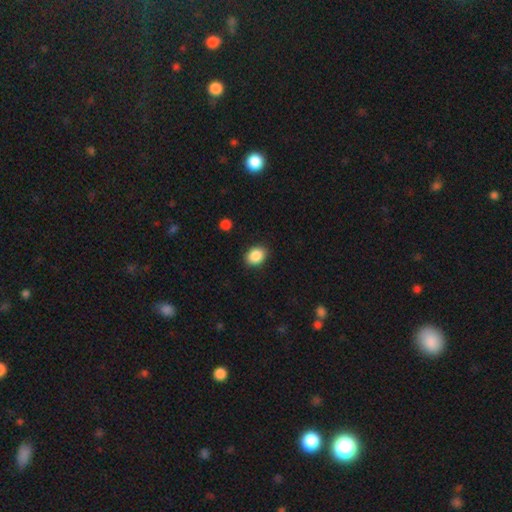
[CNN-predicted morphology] smooth-or-featured: smooth: 88% | star or artifact: 8% | featured or disk: 4%
  how-rounded: in between: 62% | round: 37% | cigar-shaped: 1%
  merging: none: 88% | minor disturbance: 8% | major disturbance: 2% | merger: 1%